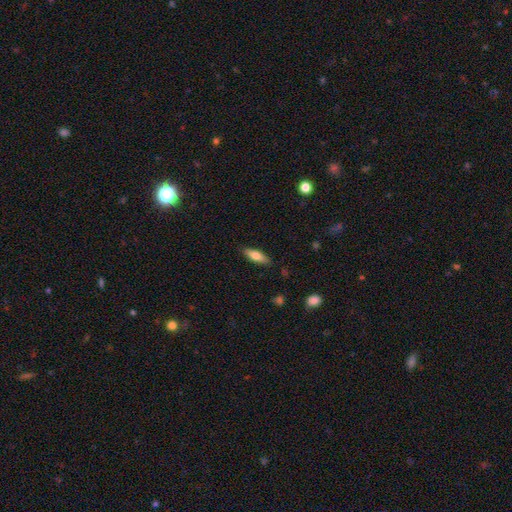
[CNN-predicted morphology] This appears to be a smooth galaxy with no disk features (67%) that is in between round and cigar-shaped (52%). Merging: none (87%).